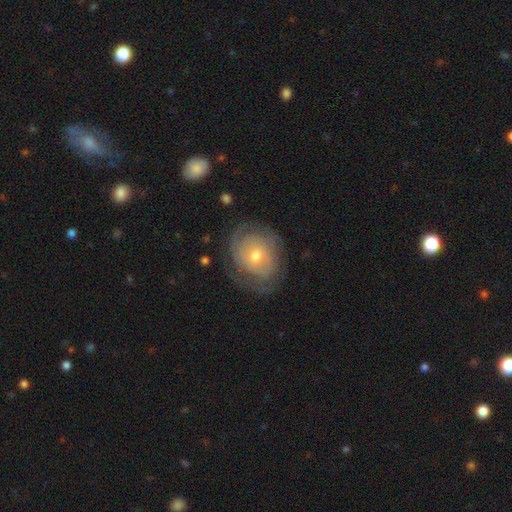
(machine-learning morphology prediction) type=featured or disk (66%); edge-on=no (96%); bar=no (79%); spiral arms=yes (79%); winding=tight (67%); arm count=can't tell (46%); bulge=moderate (51%); merging=none (66%).